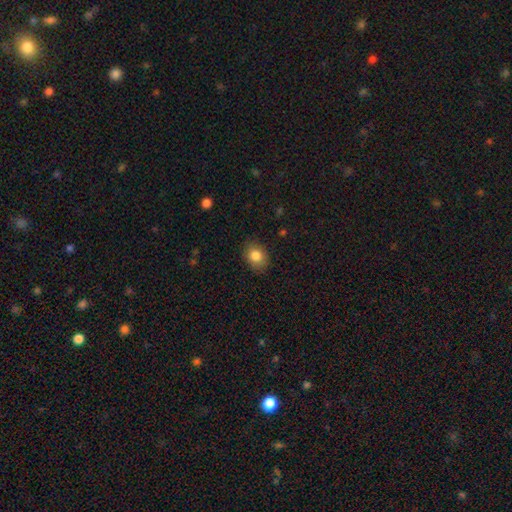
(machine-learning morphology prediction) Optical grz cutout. It shows a smooth galaxy with no disk features (84%) that is in between round and cigar-shaped (52%). Merging: none (84%).